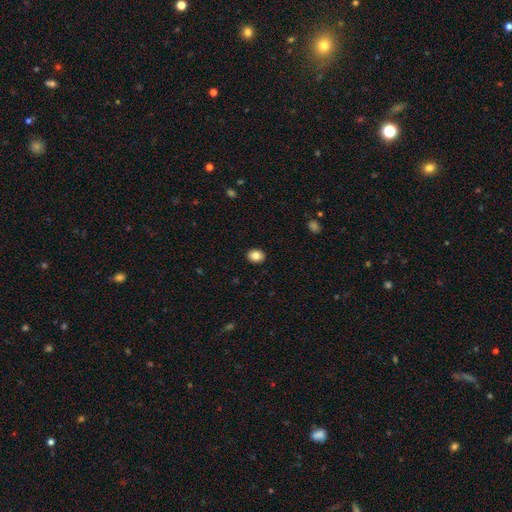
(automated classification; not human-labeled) A smooth galaxy with no disk features (84%) that is in between round and cigar-shaped (51%).

Vote fractions:
- Smooth or featured? smooth: 84% / star or artifact: 9% / featured or disk: 7%
- How rounded? in between: 51% / round: 48% / cigar-shaped: 1%
- Merging? none: 91% / minor disturbance: 6% / major disturbance: 2% / merger: 1%